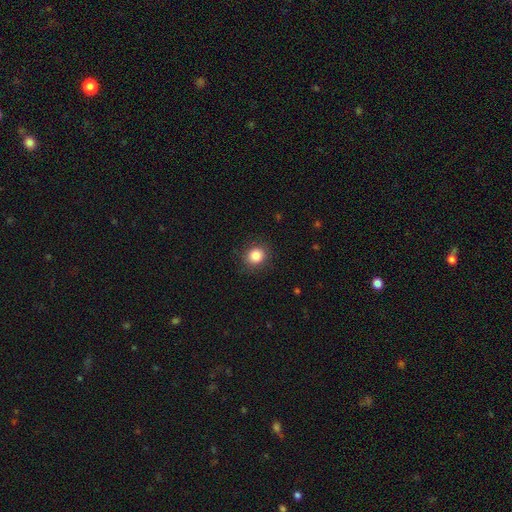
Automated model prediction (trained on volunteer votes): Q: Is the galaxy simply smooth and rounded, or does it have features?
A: smooth — 85%.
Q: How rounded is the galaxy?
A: round — 78%.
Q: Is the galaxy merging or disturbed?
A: none — 89%.